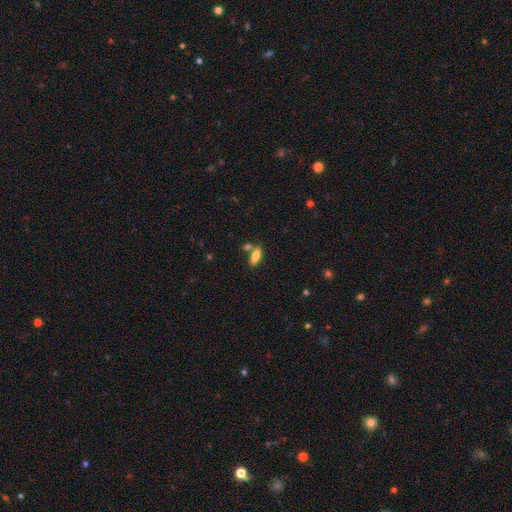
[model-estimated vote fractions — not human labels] This is likely a smooth galaxy (80%). How rounded: likely in between (75%). Merging: likely none (66%).